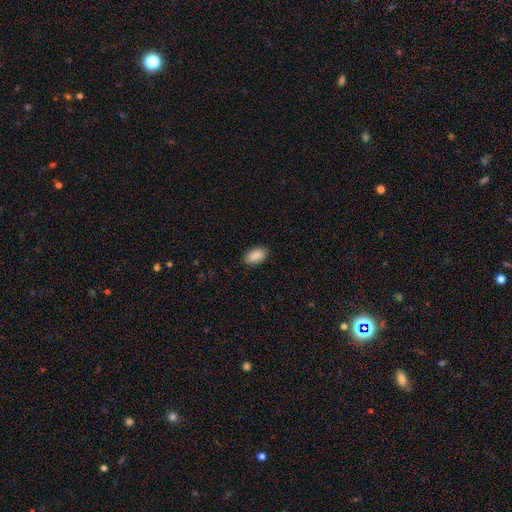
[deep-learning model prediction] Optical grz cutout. It shows a smooth galaxy with no disk features (90%) that is in between round and cigar-shaped (94%). Merging: none (88%).